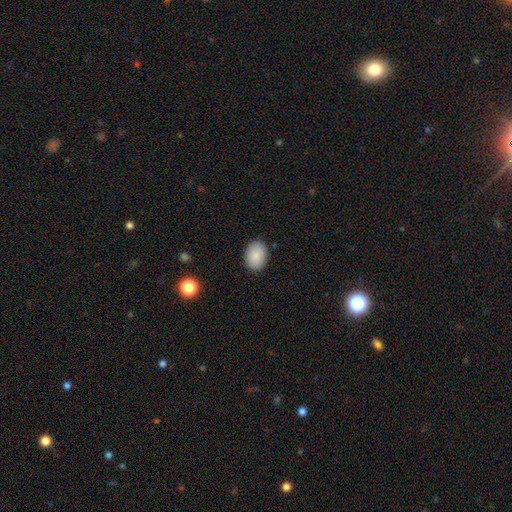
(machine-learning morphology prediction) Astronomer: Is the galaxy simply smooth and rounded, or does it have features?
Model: smooth — 88%.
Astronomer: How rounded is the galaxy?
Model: in between — 79%.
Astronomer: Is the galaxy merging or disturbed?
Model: none — 88%.